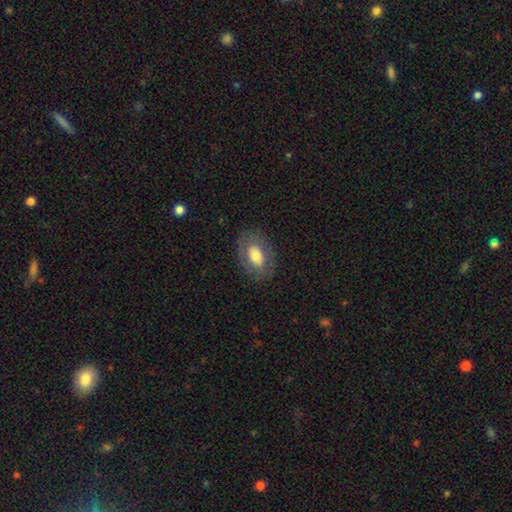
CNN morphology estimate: smooth 58%, featured or disk 36%, star or artifact 7%. Down the decision tree: how rounded — in between (87%); merging — none (79%).